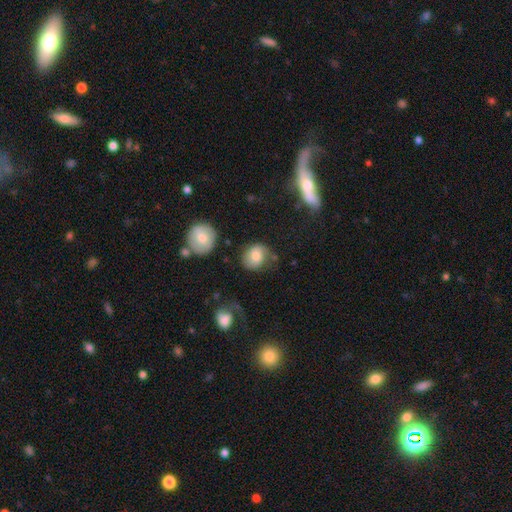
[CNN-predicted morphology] Smooth or featured: smooth — 74% (featured or disk — 18%)
How rounded: round — 61% (in between — 38%)
Merging: none — 63% (minor disturbance — 22%)